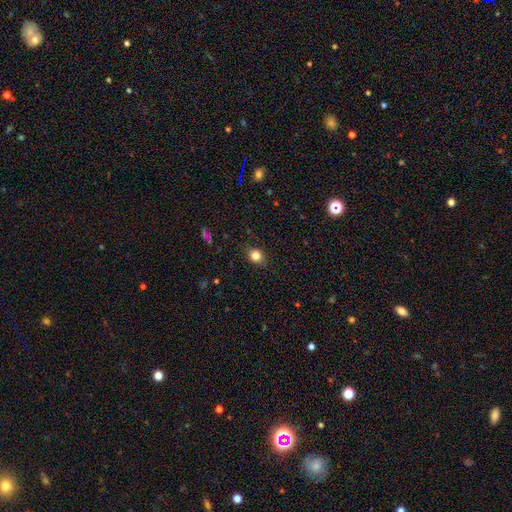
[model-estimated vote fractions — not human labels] This is clearly a smooth galaxy (82%). How rounded: possibly round (54%). Merging: clearly none (83%).